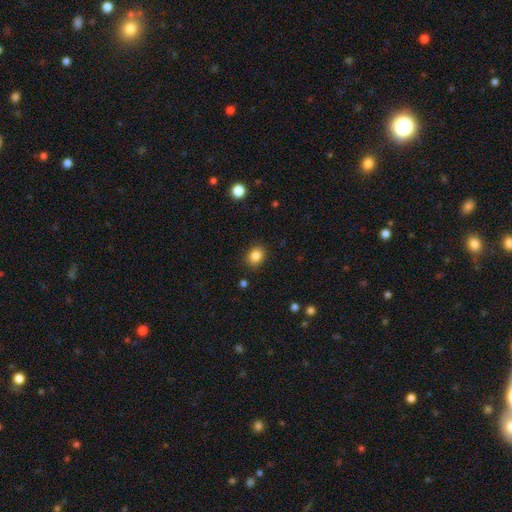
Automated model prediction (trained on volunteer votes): The model was most divided on "how rounded": round: 57%, in between: 42%, cigar-shaped: 1%. More confident: merging — none (87%); smooth or featured — smooth (85%).